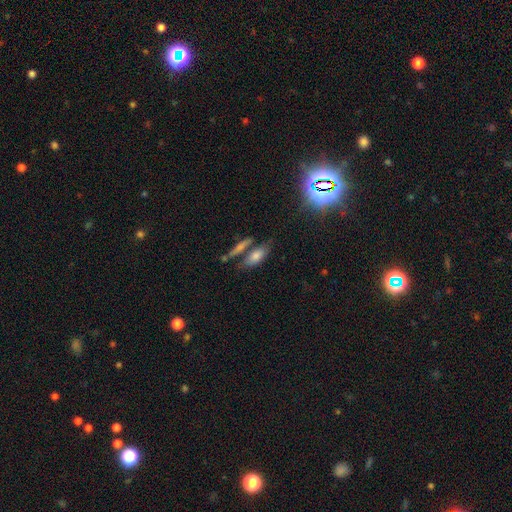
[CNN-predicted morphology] smooth_or_featured: smooth (p=0.69) [alt: featured or disk p=0.21]
how_rounded: in between (p=0.67) [alt: cigar-shaped p=0.29]
merging: none (p=0.53) [alt: merger p=0.26]